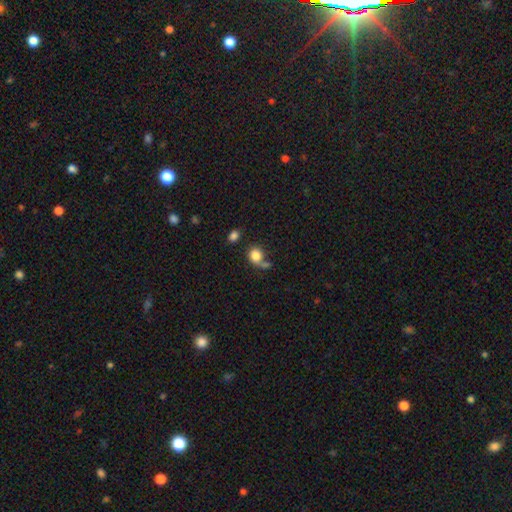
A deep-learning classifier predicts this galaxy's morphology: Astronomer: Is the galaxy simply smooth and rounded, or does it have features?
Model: smooth — 83%.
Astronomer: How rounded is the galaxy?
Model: round — 74%.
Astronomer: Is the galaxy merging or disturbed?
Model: none — 49%.